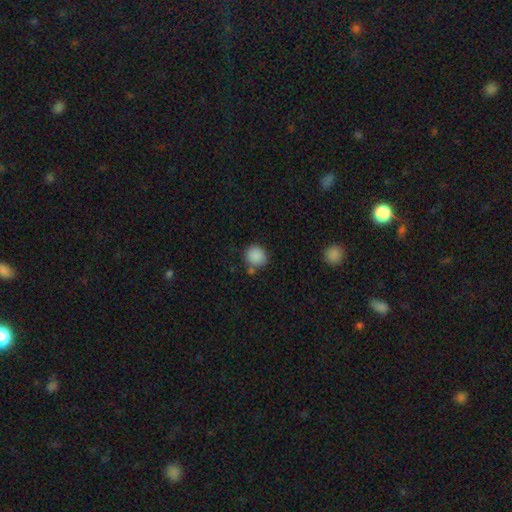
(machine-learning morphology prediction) Q: Smooth or featured?
A: smooth (87%); runner-up: star or artifact (9%)
Q: How rounded?
A: round (88%); runner-up: in between (11%)
Q: Merging?
A: none (72%); runner-up: minor disturbance (13%)